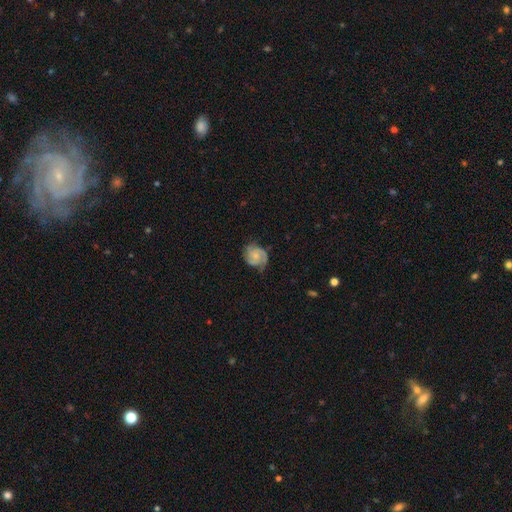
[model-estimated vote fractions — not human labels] Smooth or featured: featured or disk — 80% (smooth — 14%)
Edge-on disk: no — 98% (yes — 2%)
Bar: no — 67% (weak — 29%)
Spiral arms: yes — 97% (no — 3%)
Spiral winding: tight — 52% (medium — 39%)
Spiral arm count: 2 — 65% (3 — 19%)
Bulge size: small — 56% (moderate — 27%)
Merging: none — 68% (minor disturbance — 22%)